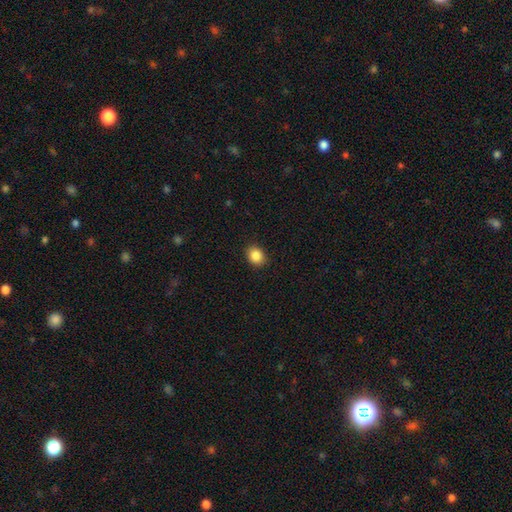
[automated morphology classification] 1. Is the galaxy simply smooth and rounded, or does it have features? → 86% smooth, 9% star or artifact, 4% featured or disk.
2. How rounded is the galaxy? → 51% round, 48% in between, 1% cigar-shaped.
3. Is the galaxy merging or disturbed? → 90% none, 7% minor disturbance, 2% major disturbance, 1% merger.